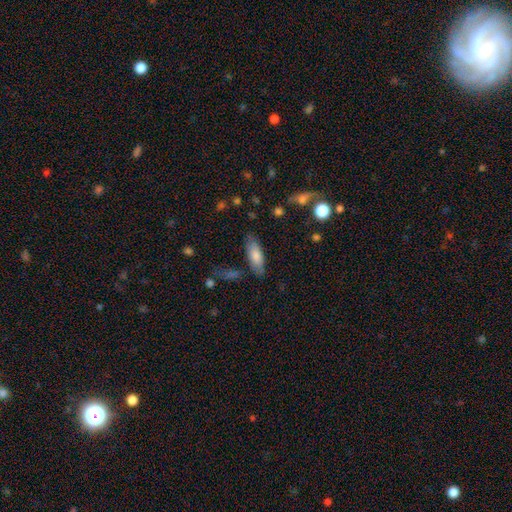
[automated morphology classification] A smooth galaxy with no disk features (79%) that is in between round and cigar-shaped (70%). Merging: none (78%).